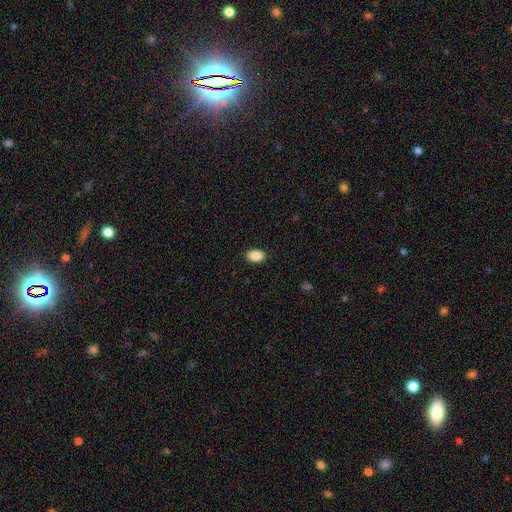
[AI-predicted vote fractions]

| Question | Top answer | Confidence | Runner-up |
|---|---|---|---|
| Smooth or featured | smooth | 89% | star or artifact (8%) |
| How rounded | in between | 88% | round (11%) |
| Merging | none | 89% | minor disturbance (8%) |